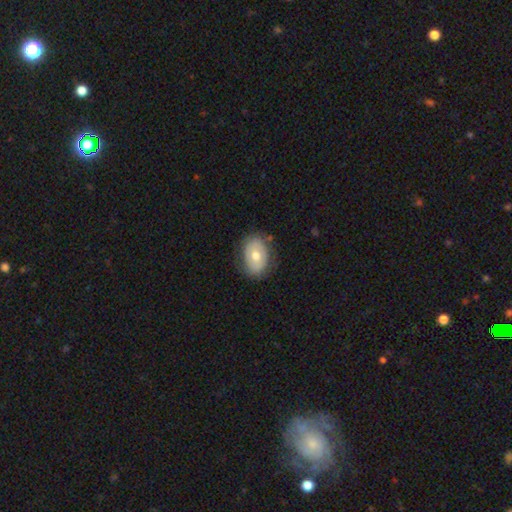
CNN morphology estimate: The model was most divided on "smooth or featured": smooth: 58%, featured or disk: 36%, star or artifact: 7%. More confident: how rounded — in between (79%); merging — none (76%).